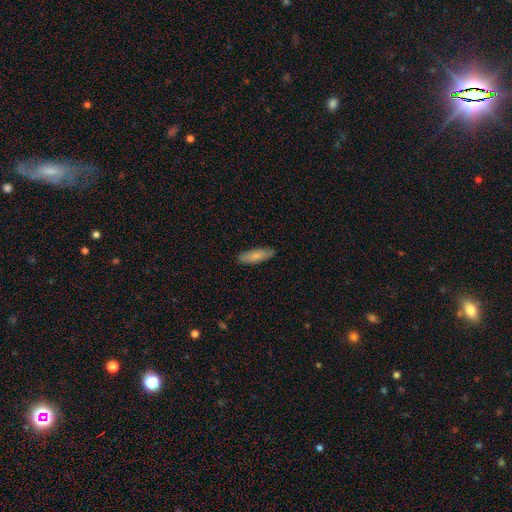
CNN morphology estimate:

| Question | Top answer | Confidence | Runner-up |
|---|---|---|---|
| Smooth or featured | smooth | 81% | featured or disk (14%) |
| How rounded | in between | 52% | cigar-shaped (46%) |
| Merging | none | 85% | minor disturbance (12%) |